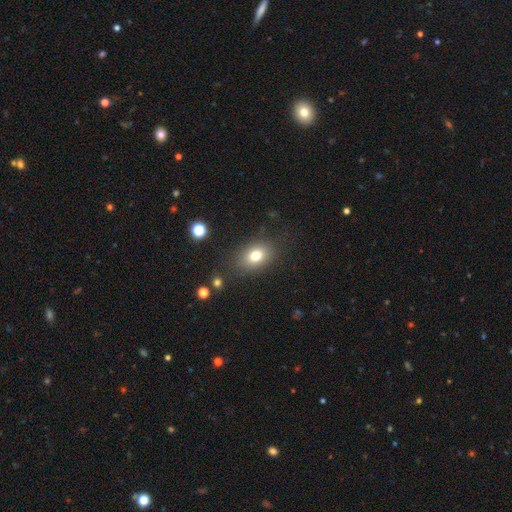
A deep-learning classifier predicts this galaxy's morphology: smooth 76%, featured or disk 12%, star or artifact 12%. Down the decision tree: how rounded — in between (70%); merging — none (80%).